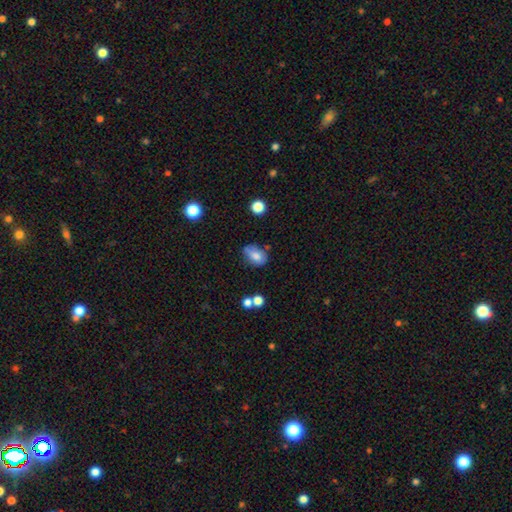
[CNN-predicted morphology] Smooth or featured?
  - smooth: 71% *
  - featured or disk: 19%
  - star or artifact: 10%
How rounded?
  - in between: 76% *
  - round: 23%
  - cigar-shaped: 2%
Merging?
  - none: 46% *
  - minor disturbance: 33%
  - major disturbance: 12%
  - merger: 9%